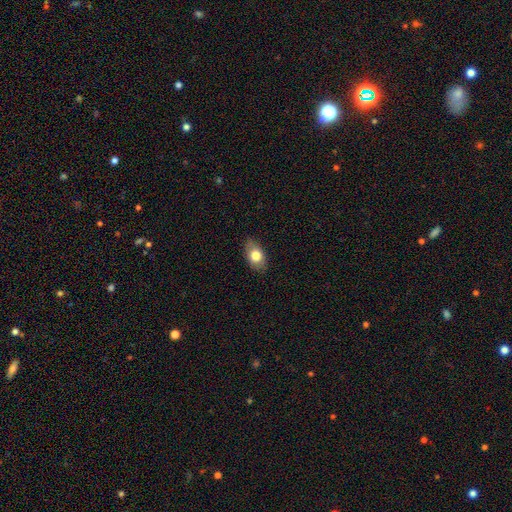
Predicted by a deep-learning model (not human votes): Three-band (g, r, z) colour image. It shows a smooth galaxy with no disk features (78%) that is in between round and cigar-shaped (86%). Merging: none (84%).